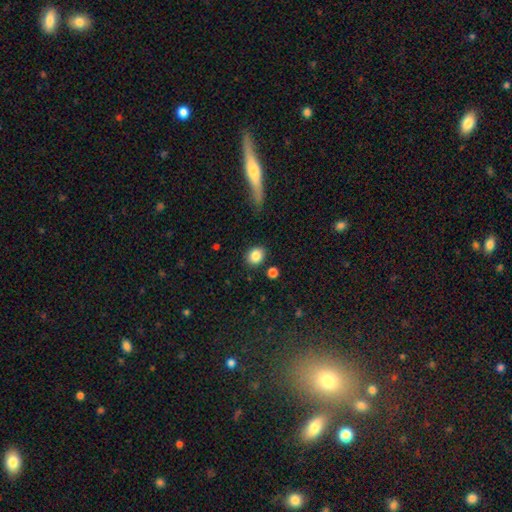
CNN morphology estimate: smooth_or_featured: smooth (p=0.85) [alt: star or artifact p=0.09]
how_rounded: round (p=0.65) [alt: in between p=0.33]
merging: none (p=0.85) [alt: minor disturbance p=0.09]